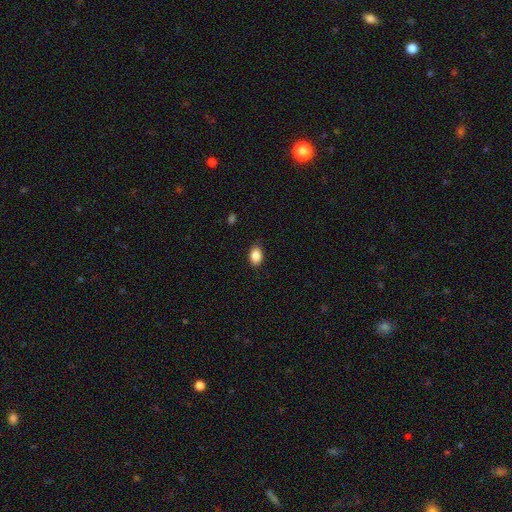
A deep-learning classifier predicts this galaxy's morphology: Smooth or featured? Predicted: smooth (p=0.87). How rounded? Predicted: in between (p=0.80). Merging? Predicted: none (p=0.84).